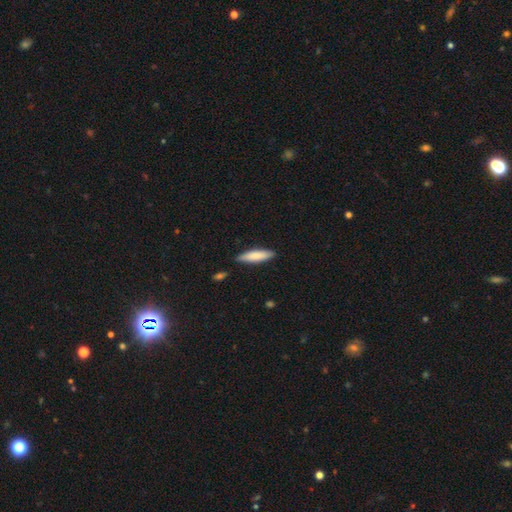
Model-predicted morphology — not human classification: smooth-or-featured: smooth: 80% | featured or disk: 15% | star or artifact: 6%
  how-rounded: cigar-shaped: 71% | in between: 27% | round: 1%
  merging: none: 84% | minor disturbance: 12% | major disturbance: 2% | merger: 2%